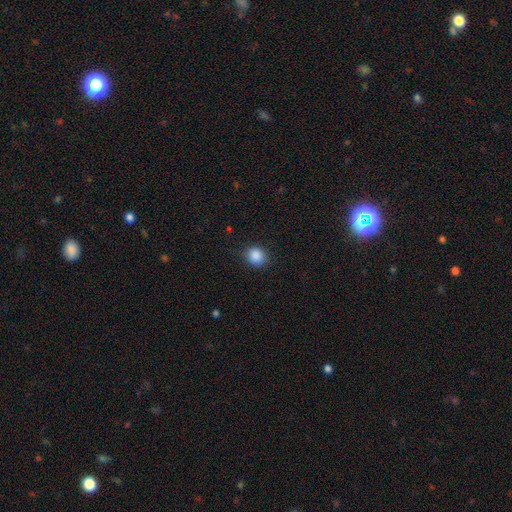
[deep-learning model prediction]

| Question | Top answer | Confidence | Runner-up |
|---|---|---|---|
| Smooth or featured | smooth | 87% | star or artifact (9%) |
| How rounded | round | 76% | in between (23%) |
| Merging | none | 83% | minor disturbance (13%) |